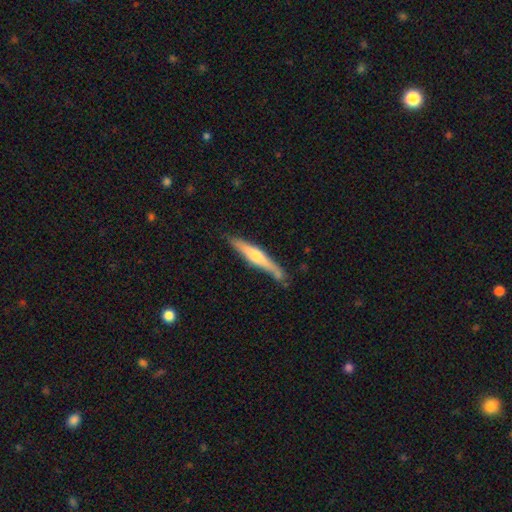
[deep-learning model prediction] smooth-or-featured: featured or disk: 58% | smooth: 37% | star or artifact: 5%
  disk-edge-on: yes: 95% | no: 5%
    edge-on-bulge: rounded: 86% | none: 9% | boxy: 5%
  merging: none: 76% | minor disturbance: 16% | merger: 5% | major disturbance: 3%